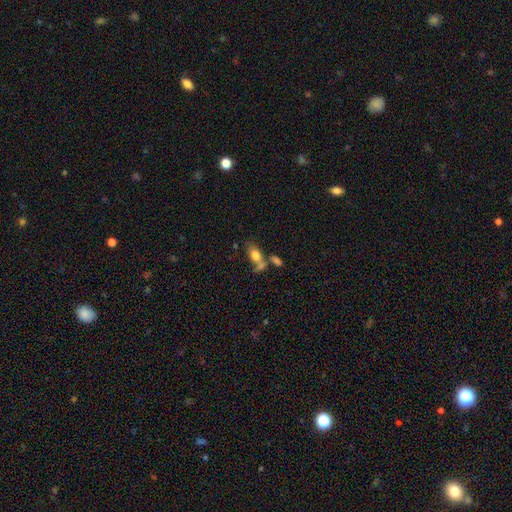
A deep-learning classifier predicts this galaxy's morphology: Smooth or featured? smooth (72%)
How rounded? in between (81%)
Merging? merger (41%)